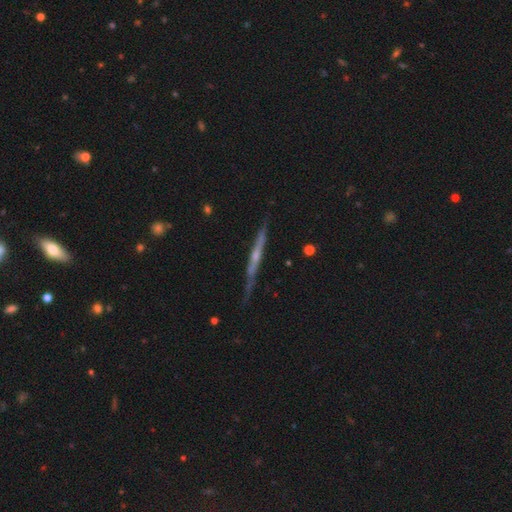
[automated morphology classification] The model was most divided on "edge-on bulge": rounded: 48%, none: 45%, boxy: 7%. More confident: edge-on disk — yes (96%); merging — none (77%); smooth or featured — featured or disk (72%).